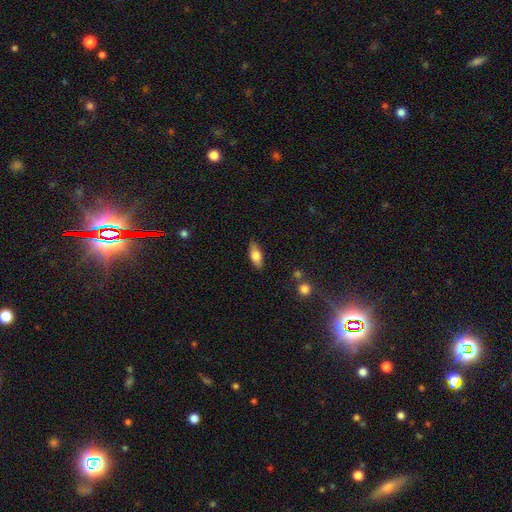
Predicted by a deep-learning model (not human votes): Smooth or featured? smooth (66%)
How rounded? in between (75%)
Merging? none (84%)